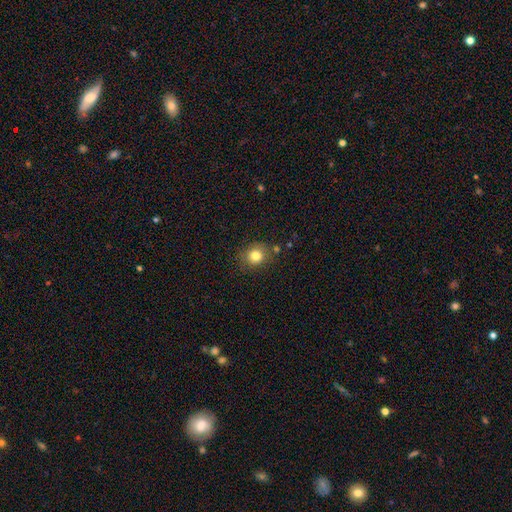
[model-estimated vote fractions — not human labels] A smooth galaxy with no disk features (81%) that is round (73%).

Vote fractions:
- Smooth or featured? smooth: 81% / star or artifact: 12% / featured or disk: 7%
- How rounded? round: 73% / in between: 26% / cigar-shaped: 1%
- Merging? none: 80% / minor disturbance: 12% / merger: 4% / major disturbance: 3%